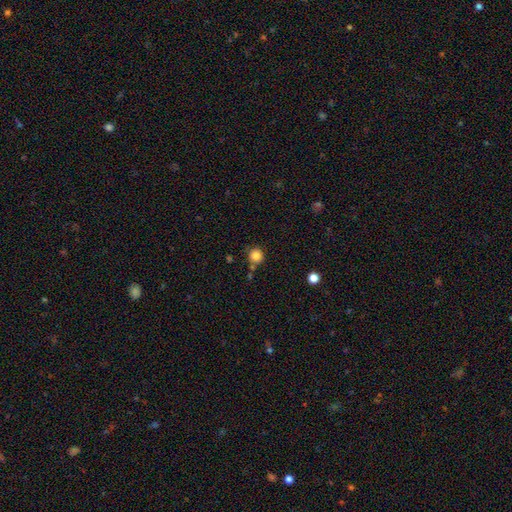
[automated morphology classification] smooth_or_featured: smooth (p=0.84) [alt: star or artifact p=0.11]
how_rounded: round (p=0.93) [alt: in between p=0.06]
merging: none (p=0.77) [alt: minor disturbance p=0.12]